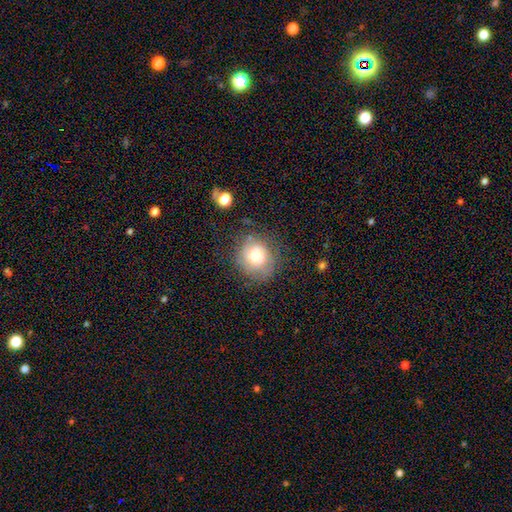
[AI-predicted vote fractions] This appears to be a smooth galaxy with no disk features (58%) that is round (80%). Merging: none (69%).